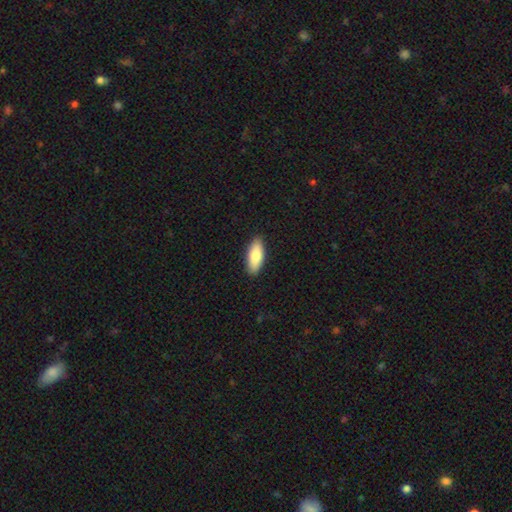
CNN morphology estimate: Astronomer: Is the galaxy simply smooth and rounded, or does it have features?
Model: smooth — 82%.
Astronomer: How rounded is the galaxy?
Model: in between — 76%.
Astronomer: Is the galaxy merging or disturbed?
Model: none — 90%.